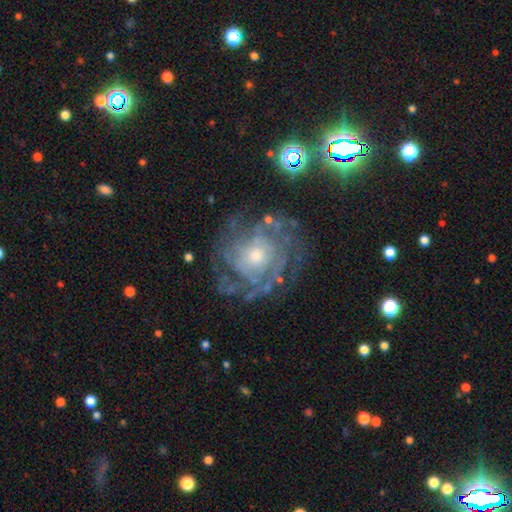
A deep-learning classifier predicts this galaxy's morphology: Overall: featured or disk (79%). Edge-on disk: no (97%). Bar: no (82%). Spiral arms: yes (77%). Spiral arm count: can't tell (51%; 3 13%). Spiral winding: tight (60%; medium 28%). Bulge size: moderate (51%; small 40%). Merging: none (65%).